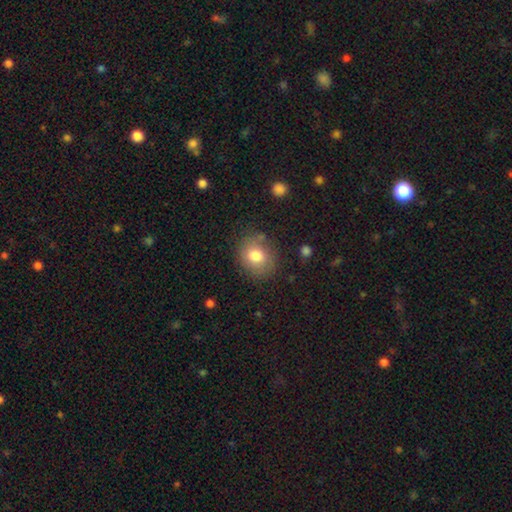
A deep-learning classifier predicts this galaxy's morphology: smooth_or_featured: smooth (p=0.78) [alt: featured or disk p=0.12]
how_rounded: round (p=0.60) [alt: in between p=0.39]
merging: none (p=0.77) [alt: minor disturbance p=0.15]